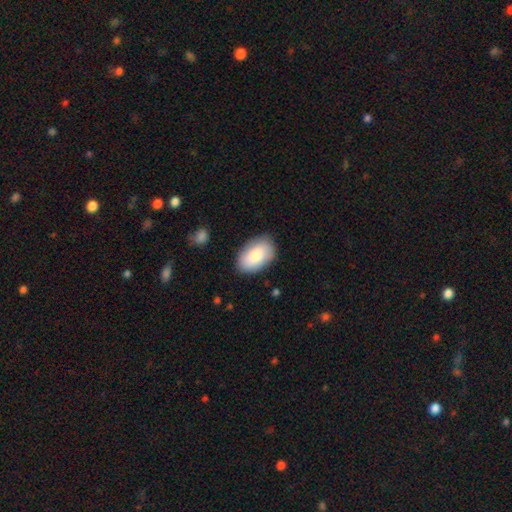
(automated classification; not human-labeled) smooth_or_featured: smooth (p=0.84) [alt: featured or disk p=0.11]
how_rounded: in between (p=0.93) [alt: round p=0.06]
merging: none (p=0.84) [alt: minor disturbance p=0.12]